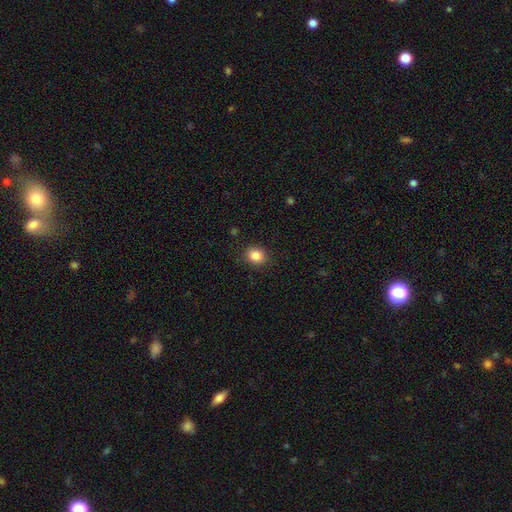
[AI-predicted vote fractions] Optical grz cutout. It shows a smooth galaxy with no disk features (85%) that is round (66%). Merging: none (89%).